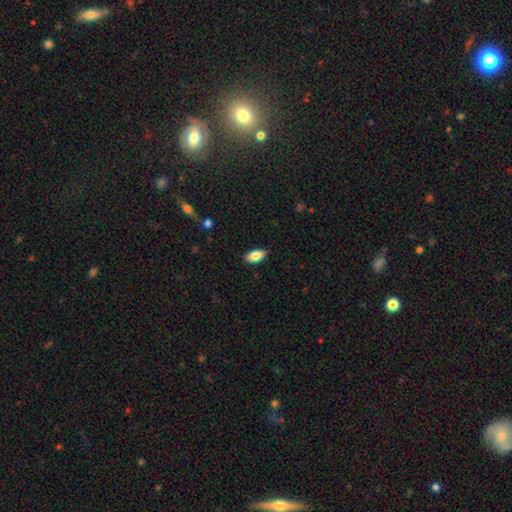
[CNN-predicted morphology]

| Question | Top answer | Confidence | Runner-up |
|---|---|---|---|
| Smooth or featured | smooth | 83% | featured or disk (10%) |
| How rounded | in between | 90% | cigar-shaped (7%) |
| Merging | none | 88% | minor disturbance (10%) |